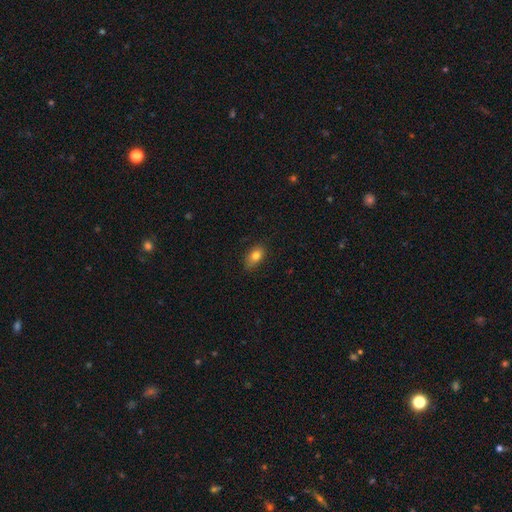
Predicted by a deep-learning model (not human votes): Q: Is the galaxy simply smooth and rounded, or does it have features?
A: smooth — 80%.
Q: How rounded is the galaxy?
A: in between — 84%.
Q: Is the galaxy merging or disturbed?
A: none — 79%.